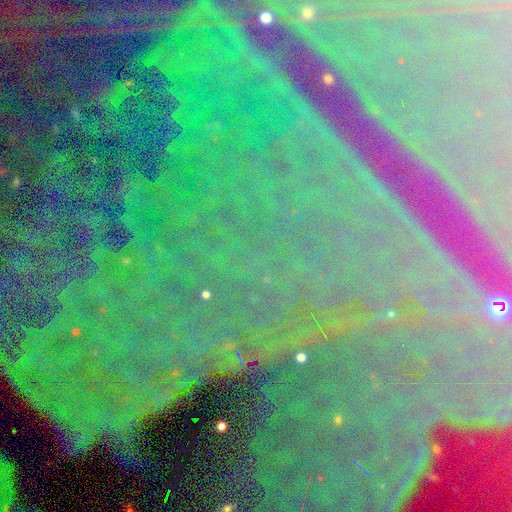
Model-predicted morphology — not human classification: smooth_or_featured: star or artifact (p=0.87) [alt: featured or disk p=0.07]